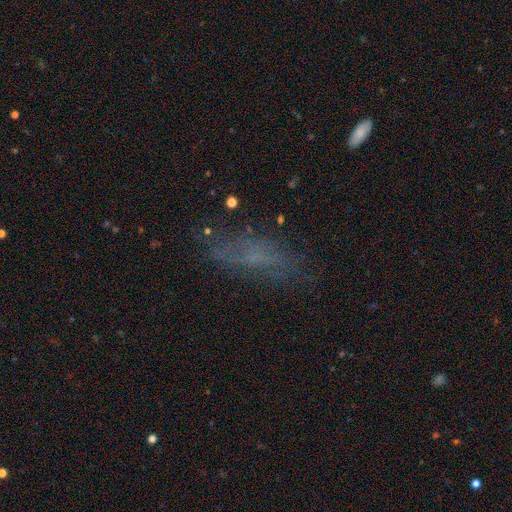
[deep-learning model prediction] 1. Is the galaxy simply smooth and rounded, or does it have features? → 51% smooth, 30% featured or disk, 20% star or artifact.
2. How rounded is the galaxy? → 58% in between, 38% cigar-shaped, 4% round.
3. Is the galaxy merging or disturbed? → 65% none, 20% minor disturbance, 12% major disturbance, 3% merger.